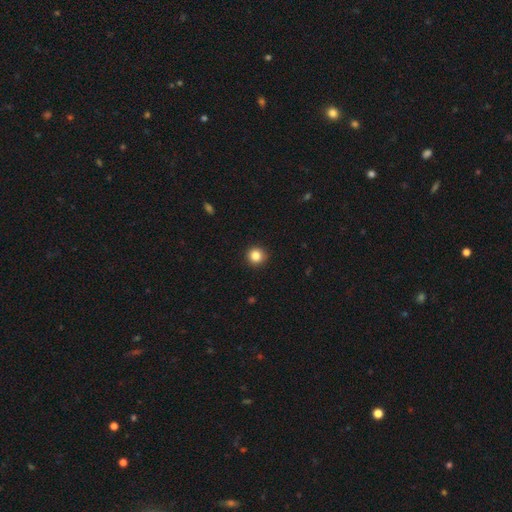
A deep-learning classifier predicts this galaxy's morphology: The model was most divided on "smooth or featured": smooth: 84%, star or artifact: 11%, featured or disk: 5%. More confident: how rounded — round (95%); merging — none (93%).